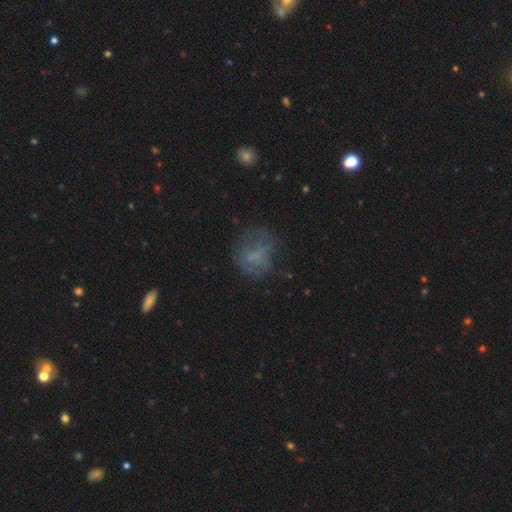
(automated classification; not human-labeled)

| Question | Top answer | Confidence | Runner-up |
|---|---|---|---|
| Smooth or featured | smooth | 47% | featured or disk (33%) |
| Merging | none | 53% | major disturbance (24%) |